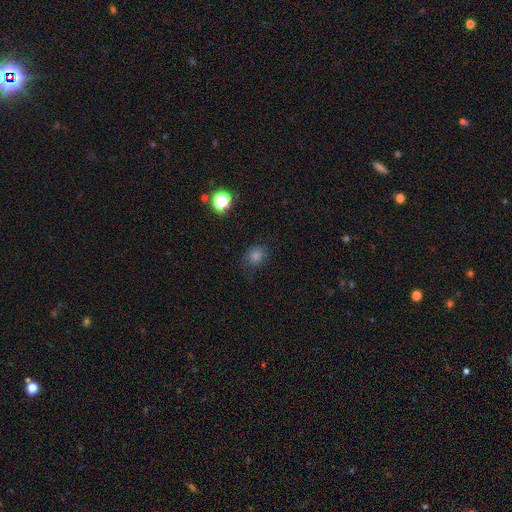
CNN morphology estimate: Q: Smooth or featured?
A: smooth (76%); runner-up: star or artifact (18%)
Q: How rounded?
A: round (69%); runner-up: in between (30%)
Q: Merging?
A: none (79%); runner-up: minor disturbance (15%)